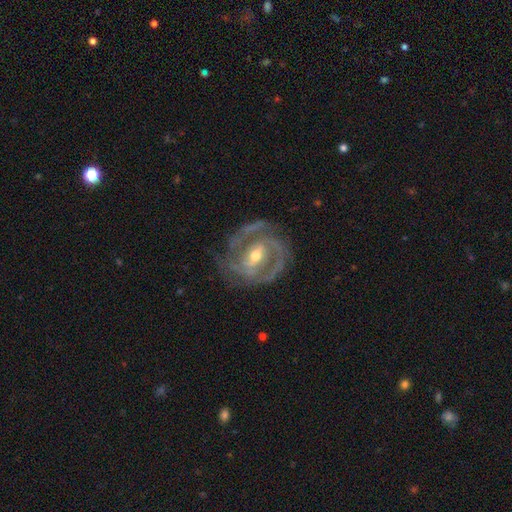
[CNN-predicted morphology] Overall: featured or disk (90%). Edge-on disk: no (97%). Bar: weak (45%; strong 31%). Spiral arms: yes (95%). Spiral arm count: 2 (55%; 3 20%). Spiral winding: tight (53%; medium 38%). Bulge size: moderate (61%; small 34%). Merging: none (72%).